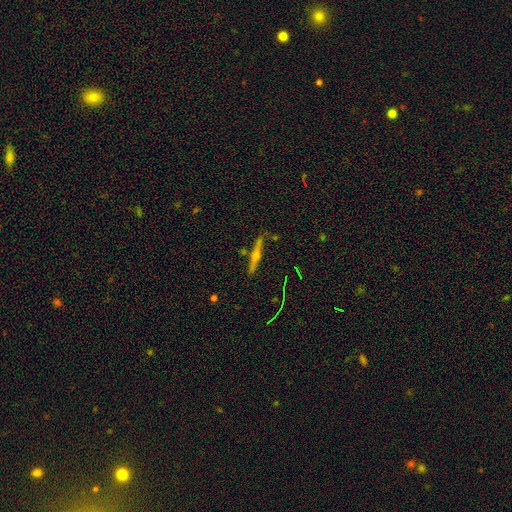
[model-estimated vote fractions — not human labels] Smooth or featured? Predicted: featured or disk (p=0.74). Edge-on disk? Predicted: yes (p=0.96). Edge-on bulge? Predicted: rounded (p=0.86). Merging? Predicted: none (p=0.85).